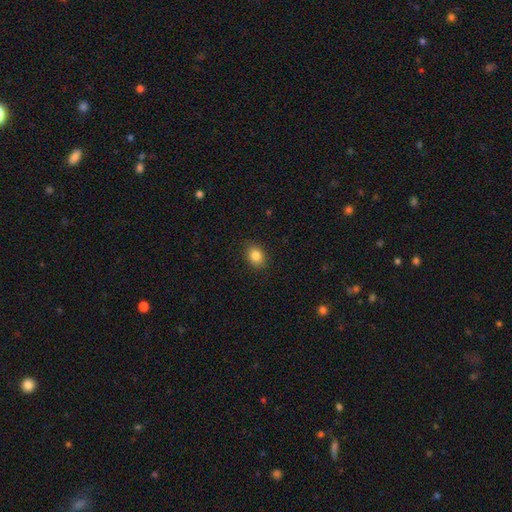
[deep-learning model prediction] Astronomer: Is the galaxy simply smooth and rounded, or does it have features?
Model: smooth — 84%.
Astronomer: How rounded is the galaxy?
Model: in between — 57% (runner-up: round, 42%).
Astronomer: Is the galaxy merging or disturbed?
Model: none — 88%.